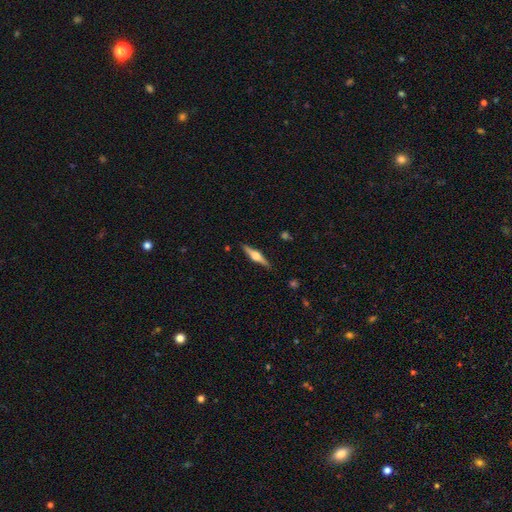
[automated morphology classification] featured or disk 73%, smooth 21%, star or artifact 5%. Down the decision tree: edge-on disk — yes (98%); edge-on bulge — rounded (94%); merging — none (90%).